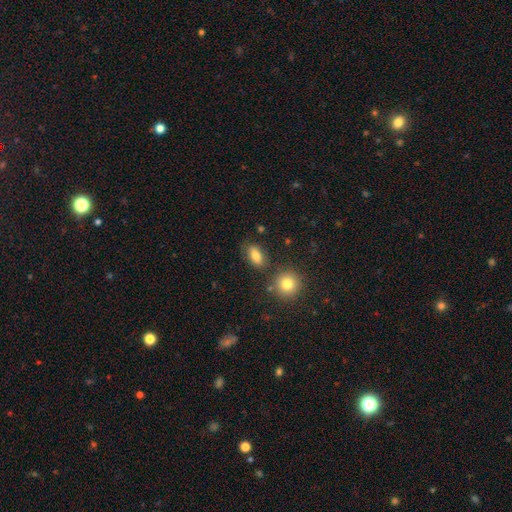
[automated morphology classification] Q: Smooth or featured?
A: smooth (81%); runner-up: star or artifact (9%)
Q: How rounded?
A: in between (87%); runner-up: round (9%)
Q: Merging?
A: none (78%); runner-up: minor disturbance (13%)